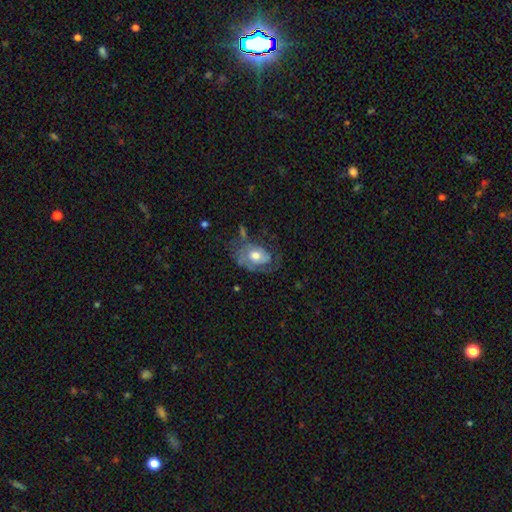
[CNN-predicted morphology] Smooth or featured?
  - featured or disk: 56% *
  - smooth: 37%
  - star or artifact: 7%
Edge-on disk?
  - no: 95% *
  - yes: 5%
Bar?
  - no: 80% *
  - weak: 17%
  - strong: 3%
Spiral arms?
  - yes: 69% *
  - no: 31%
Bulge size?
  - moderate: 68% *
  - large: 19%
  - small: 10%
  - dominant: 2%
  - none: 1%
Merging?
  - none: 41% *
  - minor disturbance: 28%
  - major disturbance: 27%
  - merger: 4%